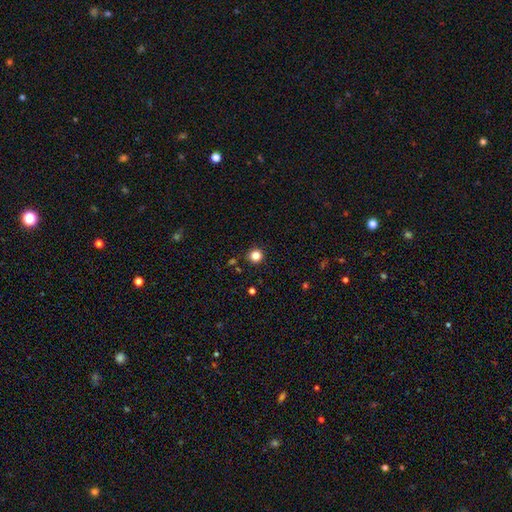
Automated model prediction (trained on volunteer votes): This appears to be a smooth galaxy with no disk features (83%) that is round (94%). Merging: none (91%).